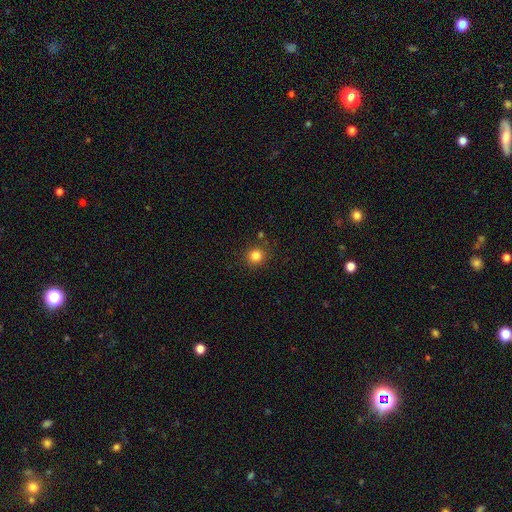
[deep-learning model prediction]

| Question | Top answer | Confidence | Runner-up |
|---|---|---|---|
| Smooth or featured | smooth | 83% | star or artifact (13%) |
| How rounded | round | 91% | in between (8%) |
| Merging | none | 87% | minor disturbance (8%) |